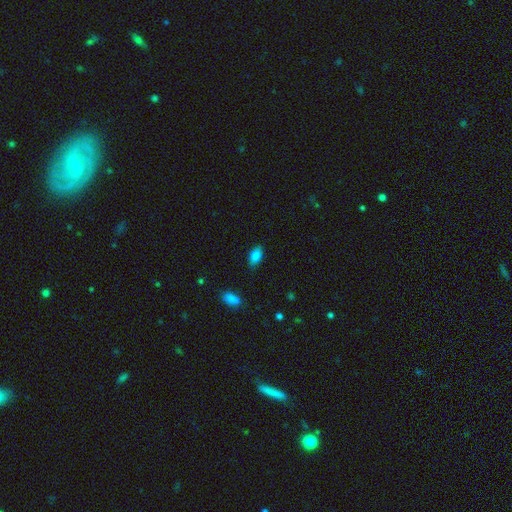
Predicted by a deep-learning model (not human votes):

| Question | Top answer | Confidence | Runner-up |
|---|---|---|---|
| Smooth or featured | smooth | 83% | featured or disk (9%) |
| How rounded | in between | 88% | round (7%) |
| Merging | none | 84% | minor disturbance (12%) |